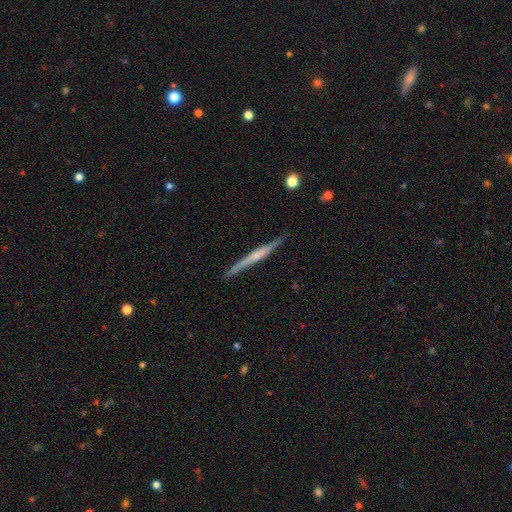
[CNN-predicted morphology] featured or disk 59%, smooth 35%, star or artifact 6%. Down the decision tree: edge-on disk — yes (97%); edge-on bulge — none (54%); merging — none (89%).